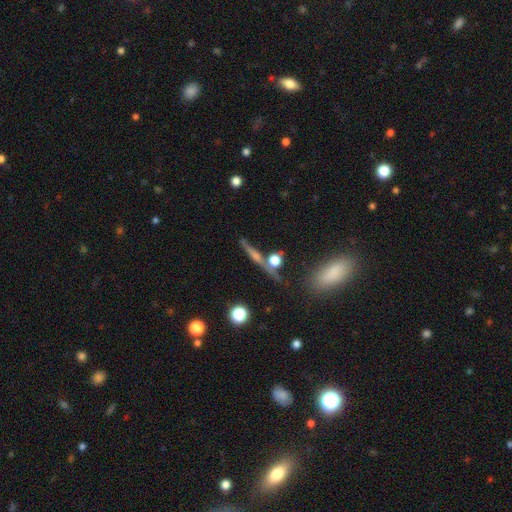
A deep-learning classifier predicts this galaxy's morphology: This appears to be a featured or disk galaxy (53%) viewed edge-on (90%). Merging: none (75%).